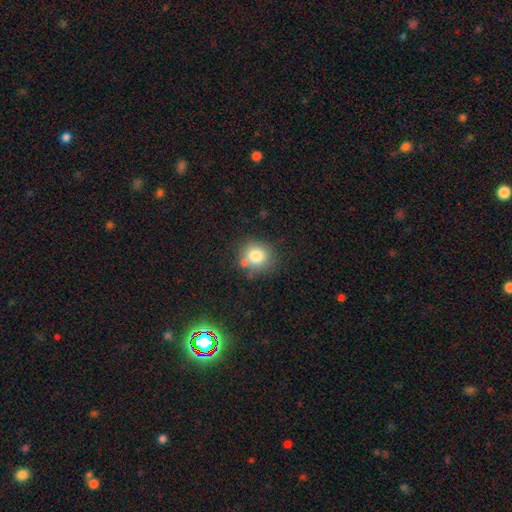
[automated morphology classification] Smooth or featured? Predicted: smooth (p=0.79). How rounded? Predicted: round (p=0.83). Merging? Predicted: none (p=0.71).